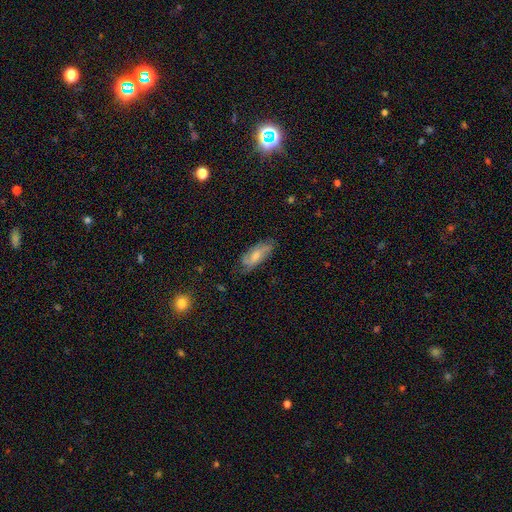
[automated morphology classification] Smooth or featured: smooth — 48% (featured or disk — 45%)
Merging: none — 67% (minor disturbance — 24%)